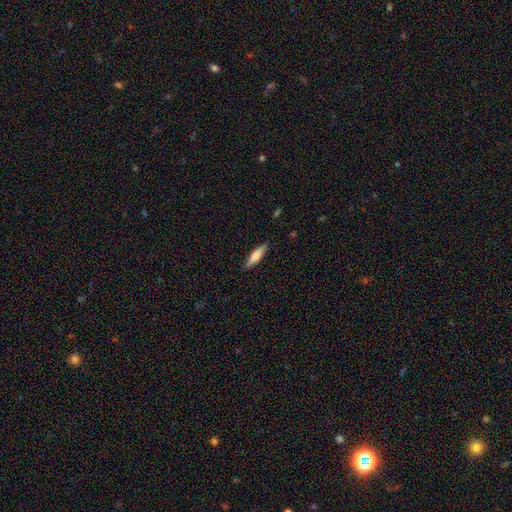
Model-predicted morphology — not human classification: Smooth or featured: smooth — 71% (featured or disk — 23%)
How rounded: cigar-shaped — 74% (in between — 25%)
Merging: none — 88% (minor disturbance — 9%)